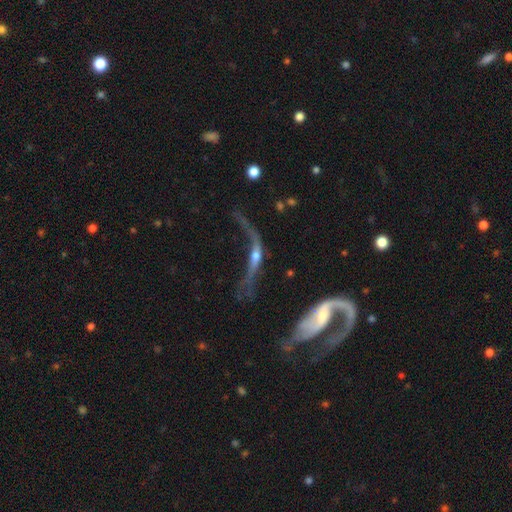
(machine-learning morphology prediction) Smooth or featured? featured or disk (68%)
Edge-on disk? yes (52%)
Merging? major disturbance (49%)